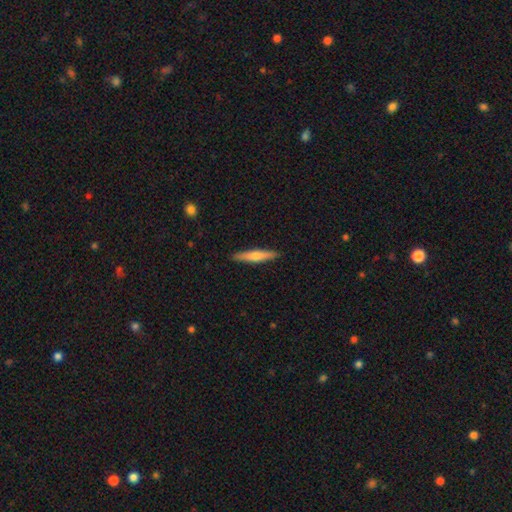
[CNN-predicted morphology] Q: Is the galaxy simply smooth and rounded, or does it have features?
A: smooth — 52%.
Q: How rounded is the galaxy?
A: cigar-shaped — 91%.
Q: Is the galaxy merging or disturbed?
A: none — 91%.